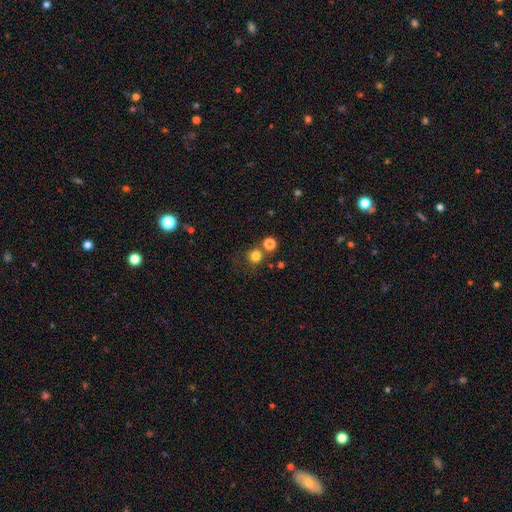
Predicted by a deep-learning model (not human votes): Smooth or featured? Predicted: smooth (p=0.78). How rounded? Predicted: round (p=0.88). Merging? Predicted: none (p=0.66).